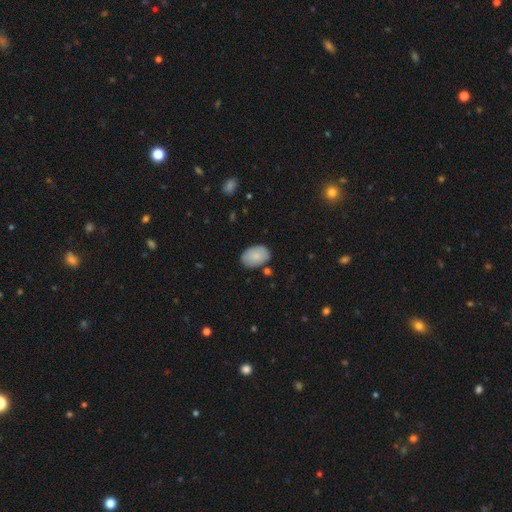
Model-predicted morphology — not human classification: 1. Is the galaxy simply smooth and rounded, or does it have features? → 84% smooth, 10% featured or disk, 6% star or artifact.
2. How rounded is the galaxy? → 88% in between, 11% round, 1% cigar-shaped.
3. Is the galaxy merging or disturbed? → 78% none, 15% minor disturbance, 4% merger, 3% major disturbance.